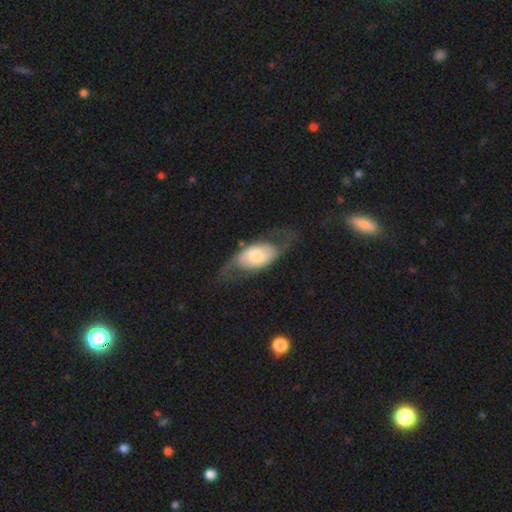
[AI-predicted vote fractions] The model was most divided on "smooth or featured": featured or disk: 61%, smooth: 34%, star or artifact: 6%. More confident: edge-on disk — no (85%); spiral arms — yes (72%); bar — no (69%); merging — none (60%); bulge size — moderate (51%).